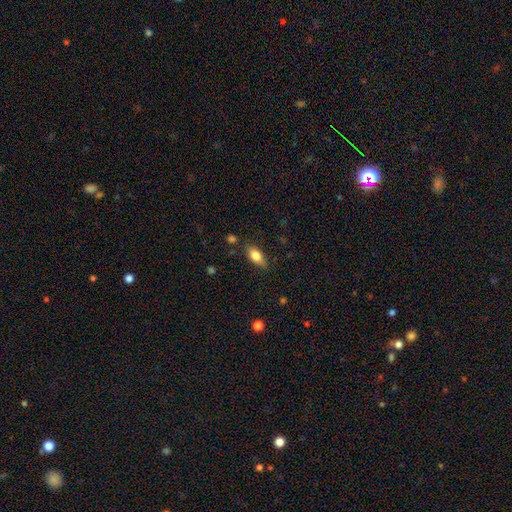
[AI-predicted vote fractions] Morphology: type=smooth (80%); roundness=in between (86%); merging=none (80%).